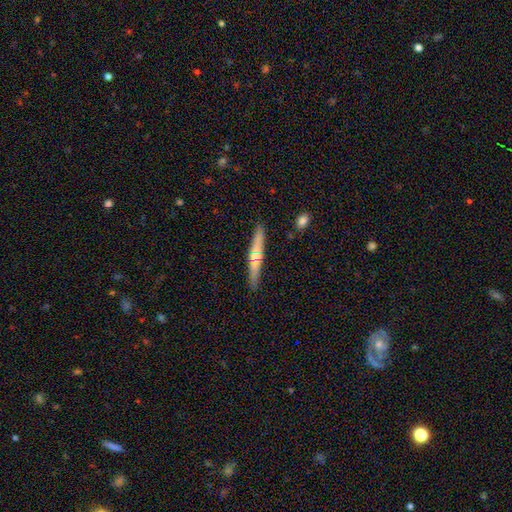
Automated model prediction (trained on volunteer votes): Smooth or featured?
  - featured or disk: 47% *
  - smooth: 46%
  - star or artifact: 7%
Merging?
  - none: 82% *
  - minor disturbance: 10%
  - merger: 6%
  - major disturbance: 2%